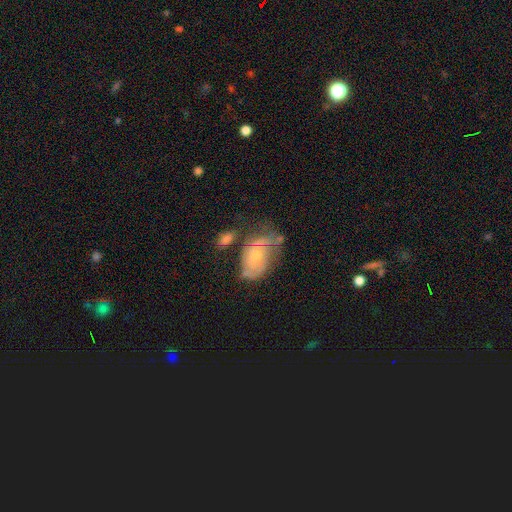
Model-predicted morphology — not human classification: Q: Smooth or featured?
A: featured or disk (62%); runner-up: smooth (30%)
Q: Edge-on disk?
A: no (96%); runner-up: yes (4%)
Q: Bar?
A: no (79%); runner-up: weak (18%)
Q: Spiral arms?
A: yes (70%); runner-up: no (30%)
Q: Bulge size?
A: small (51%); runner-up: moderate (43%)
Q: Merging?
A: none (34%); runner-up: minor disturbance (29%)